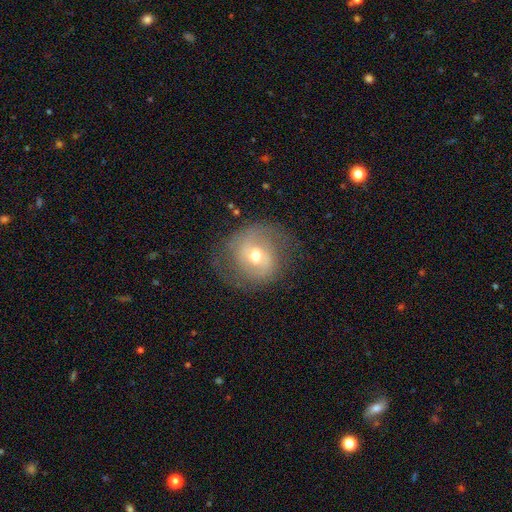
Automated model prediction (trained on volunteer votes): Overall: featured or disk (60%; smooth 32%). Edge-on disk: no (96%). Bar: no (48%; weak 39%). Spiral arms: yes (74%). Bulge size: moderate (70%). Merging: none (69%).